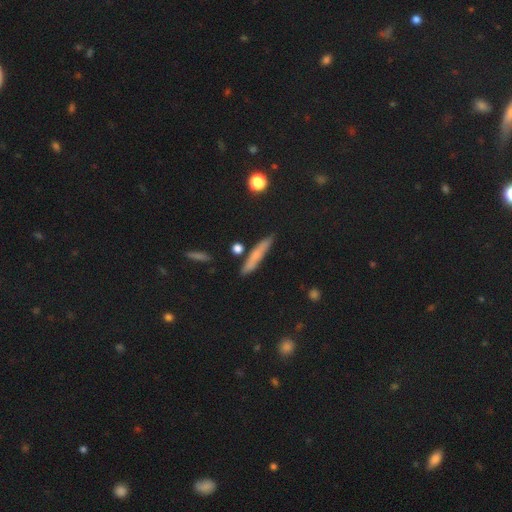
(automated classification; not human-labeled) Smooth or featured? smooth (64%)
How rounded? cigar-shaped (88%)
Merging? none (80%)